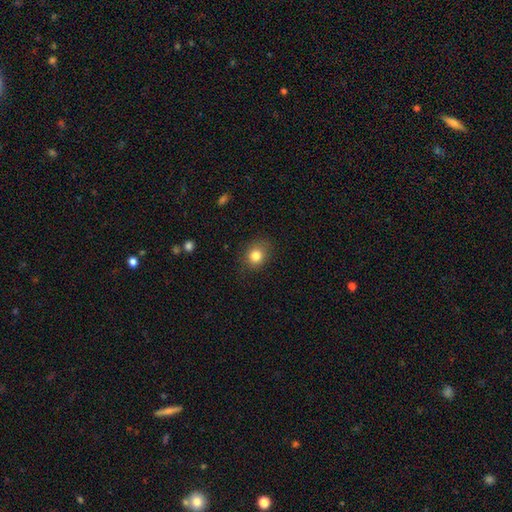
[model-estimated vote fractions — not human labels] Q: Smooth or featured?
A: smooth (82%); runner-up: star or artifact (11%)
Q: How rounded?
A: round (67%); runner-up: in between (32%)
Q: Merging?
A: none (81%); runner-up: minor disturbance (14%)